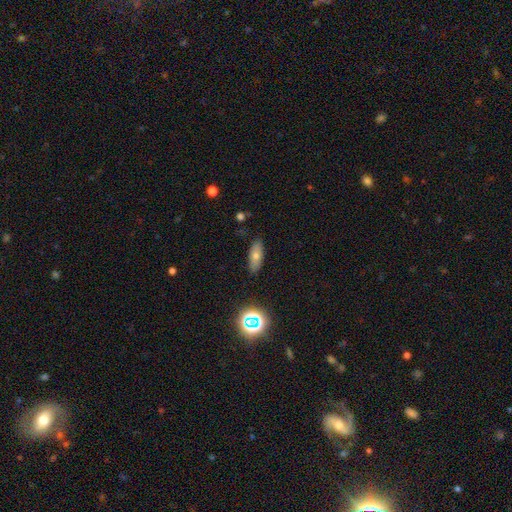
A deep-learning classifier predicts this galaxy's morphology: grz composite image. It shows a smooth galaxy with no disk features (66%) that is in between round and cigar-shaped (71%). Merging: none (87%).